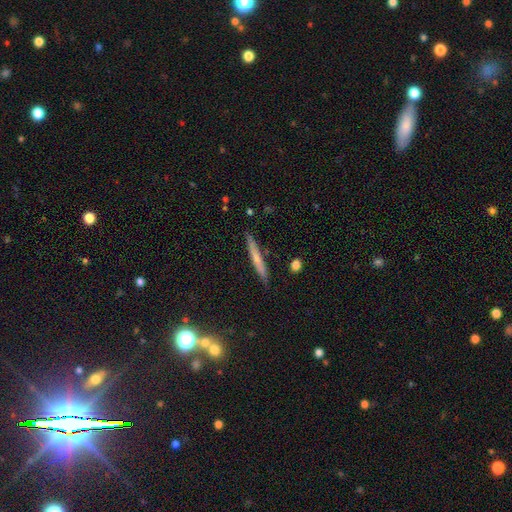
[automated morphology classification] Q: Smooth or featured?
A: smooth (48%); runner-up: featured or disk (43%)
Q: Merging?
A: none (88%); runner-up: minor disturbance (8%)